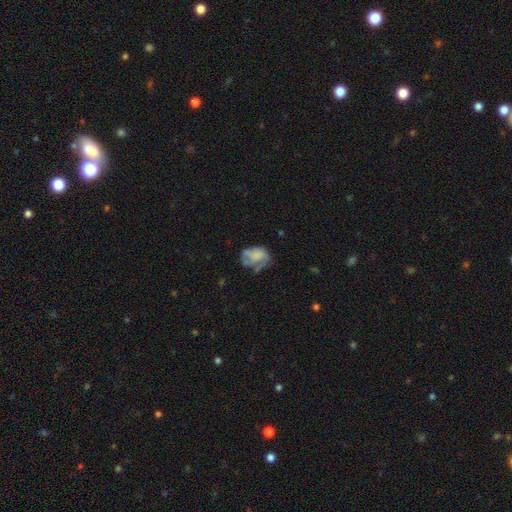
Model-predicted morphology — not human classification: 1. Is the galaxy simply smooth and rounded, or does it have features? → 45% featured or disk (tied), 45% smooth (tied), 10% star or artifact.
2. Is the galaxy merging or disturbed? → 37% none, 31% major disturbance, 28% minor disturbance, 4% merger.